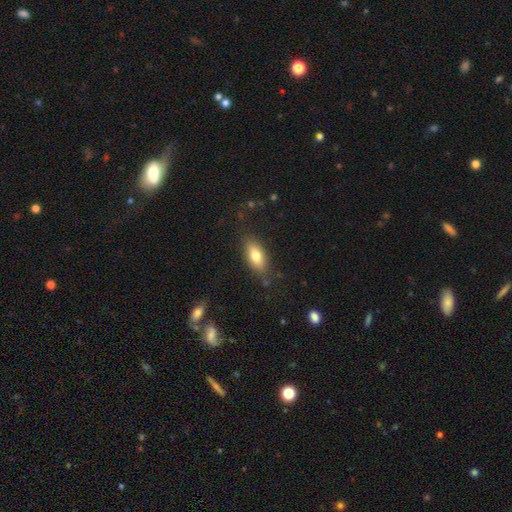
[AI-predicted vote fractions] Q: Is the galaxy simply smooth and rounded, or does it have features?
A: smooth — 77%.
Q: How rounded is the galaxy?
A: in between — 84%.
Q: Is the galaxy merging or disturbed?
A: none — 80%.